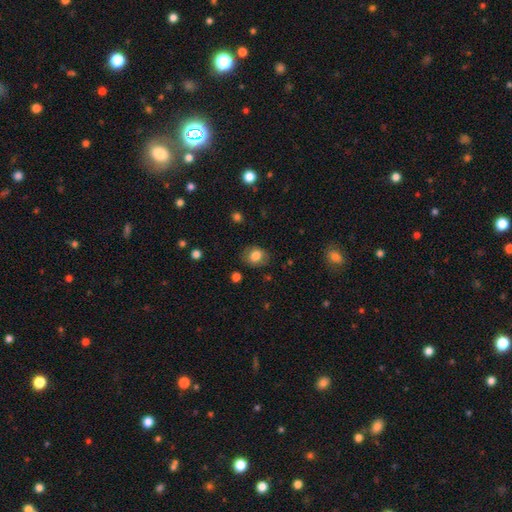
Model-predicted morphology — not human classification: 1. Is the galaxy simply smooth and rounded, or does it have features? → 81% smooth, 9% star or artifact, 9% featured or disk.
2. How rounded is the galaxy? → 56% round, 43% in between, 1% cigar-shaped.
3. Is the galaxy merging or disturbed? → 79% none, 15% minor disturbance, 5% major disturbance, 2% merger.